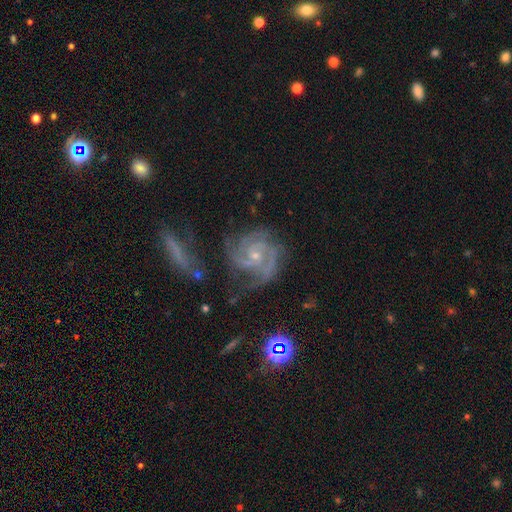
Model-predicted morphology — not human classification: This is clearly a featured or disk galaxy (87%). It is clearly not viewed edge-on (98%). Bar: likely no (65%). Spiral arm pattern: clearly yes (97%). Spiral arm count: marginally 3 (38%). Spiral winding: possibly tight (55%). Central bulge: likely small (69%). Merging: possibly none (56%).